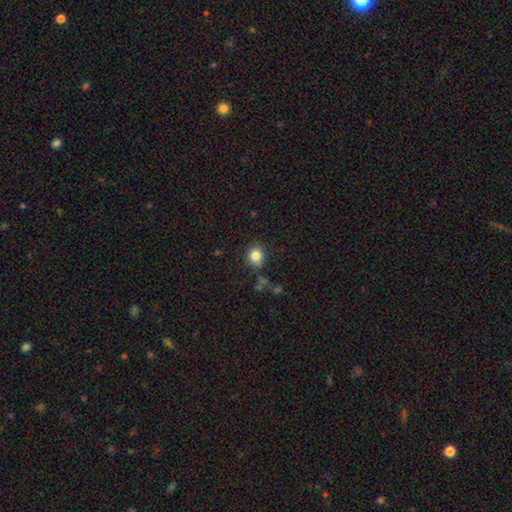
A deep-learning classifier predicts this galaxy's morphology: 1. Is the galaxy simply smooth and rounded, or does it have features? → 84% smooth, 11% star or artifact, 5% featured or disk.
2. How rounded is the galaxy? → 84% round, 15% in between, 1% cigar-shaped.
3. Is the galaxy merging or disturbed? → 81% none, 12% minor disturbance, 4% merger, 4% major disturbance.